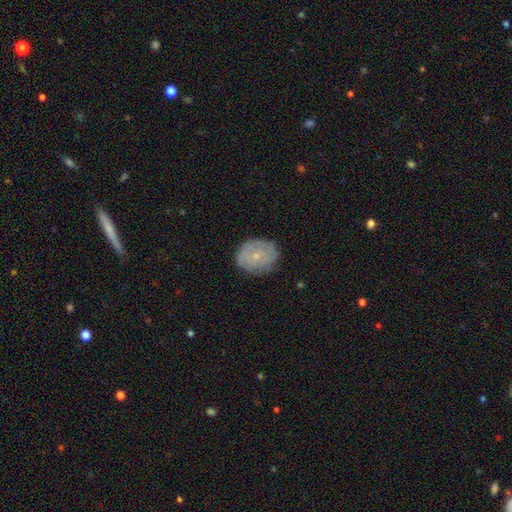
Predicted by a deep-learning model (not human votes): This appears to be a smooth galaxy with no disk features (52%) that is round (54%). Merging: none (80%).